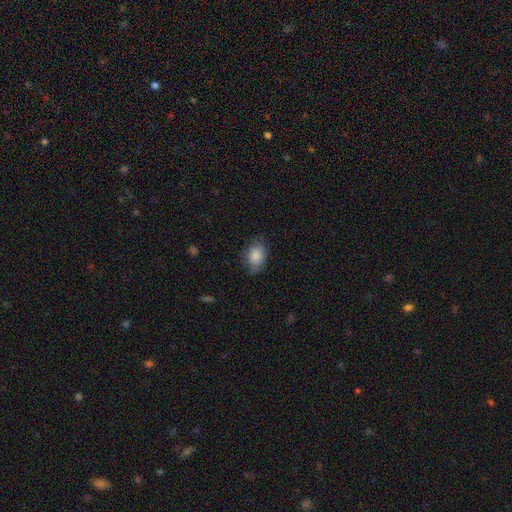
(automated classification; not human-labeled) This appears to be a smooth galaxy with no disk features (85%) that is in between round and cigar-shaped (72%). Merging: none (67%).